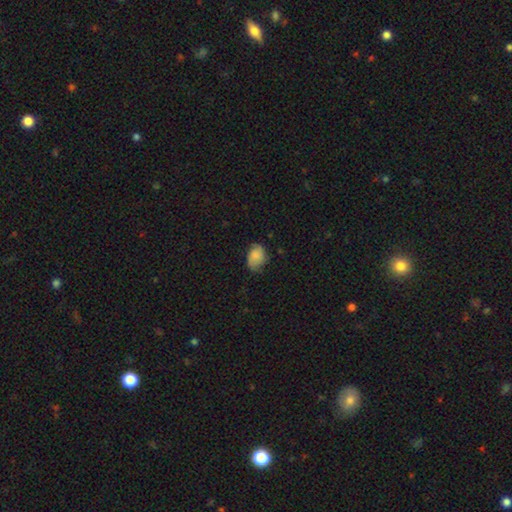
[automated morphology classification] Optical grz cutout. It shows a smooth galaxy with no disk features (63%) that is in between round and cigar-shaped (68%). Merging: none (57%).